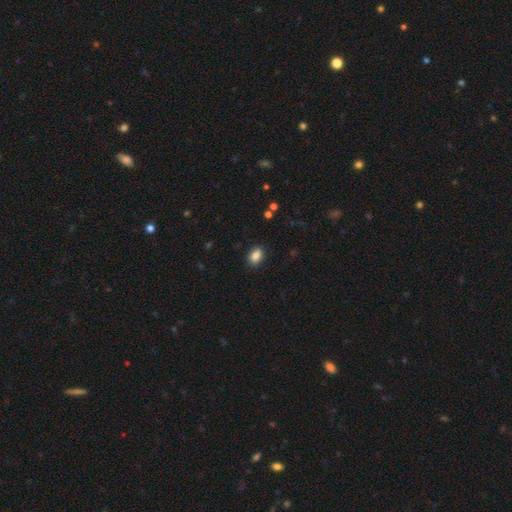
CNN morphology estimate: smooth_or_featured: smooth (p=0.85) [alt: star or artifact p=0.08]
how_rounded: in between (p=0.84) [alt: round p=0.14]
merging: none (p=0.88) [alt: minor disturbance p=0.09]